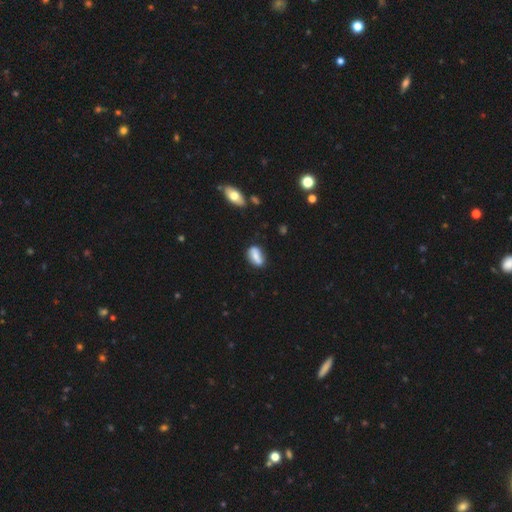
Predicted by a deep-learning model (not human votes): Smooth or featured: smooth — 68% (featured or disk — 24%)
How rounded: in between — 85% (round — 8%)
Merging: none — 68% (minor disturbance — 21%)